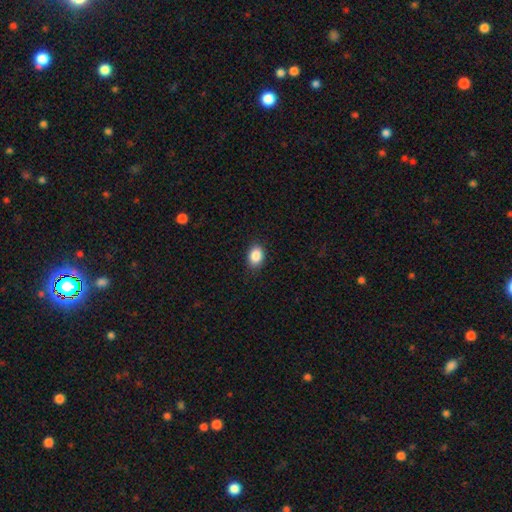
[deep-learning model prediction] This appears to be a smooth galaxy with no disk features (88%) that is in between round and cigar-shaped (72%). Merging: none (88%).